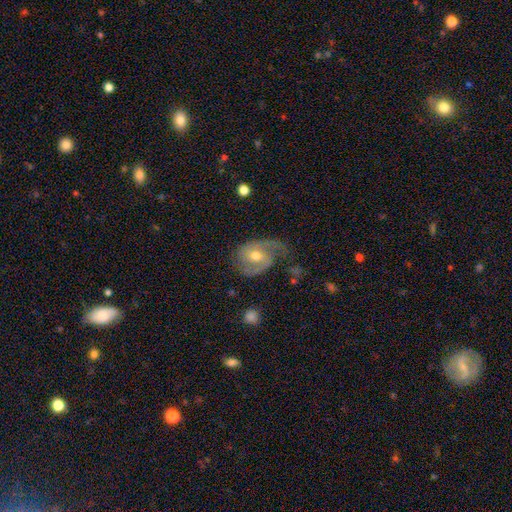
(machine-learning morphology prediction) Smooth or featured? featured or disk (79%)
Edge-on disk? no (97%)
Bar? no (50%)
Spiral arms? yes (92%)
Spiral winding? medium (47%)
Spiral arm count? 2 (67%)
Bulge size? moderate (71%)
Merging? none (50%)